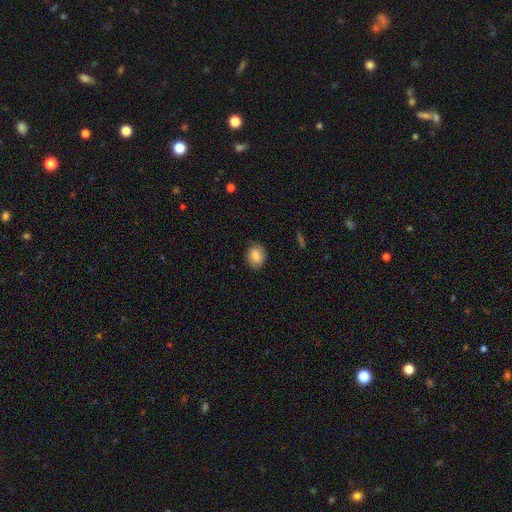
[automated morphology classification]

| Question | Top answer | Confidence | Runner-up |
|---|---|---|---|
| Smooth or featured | smooth | 82% | featured or disk (10%) |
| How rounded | in between | 54% | round (45%) |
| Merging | none | 81% | minor disturbance (15%) |